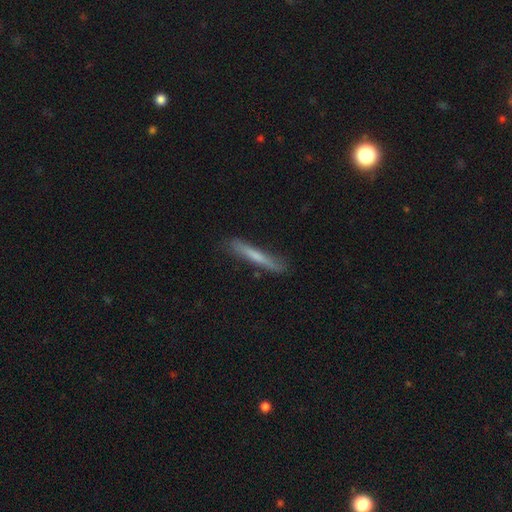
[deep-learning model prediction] smooth 57%, featured or disk 37%, star or artifact 7%. Down the decision tree: how rounded — cigar-shaped (95%); merging — none (83%).